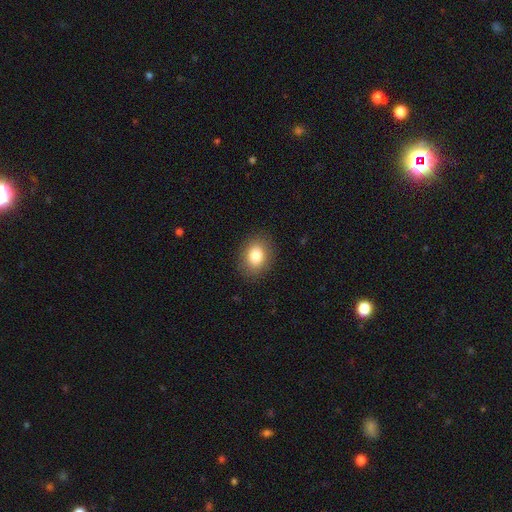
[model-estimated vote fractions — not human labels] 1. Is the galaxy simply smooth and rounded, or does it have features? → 82% smooth, 9% star or artifact, 9% featured or disk.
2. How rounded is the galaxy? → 56% in between, 44% round, 1% cigar-shaped.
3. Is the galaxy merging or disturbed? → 88% none, 9% minor disturbance, 3% major disturbance, 1% merger.